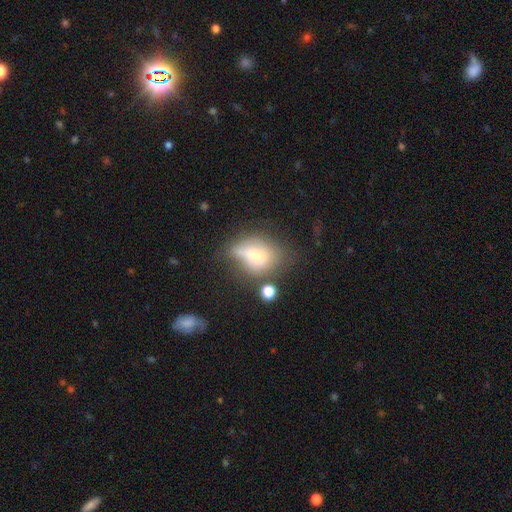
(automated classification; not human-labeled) The model was most divided on "merging": merger: 34%, none: 31%, minor disturbance: 18%, major disturbance: 17%. More confident: smooth or featured — smooth (56%); how rounded — round (52%).